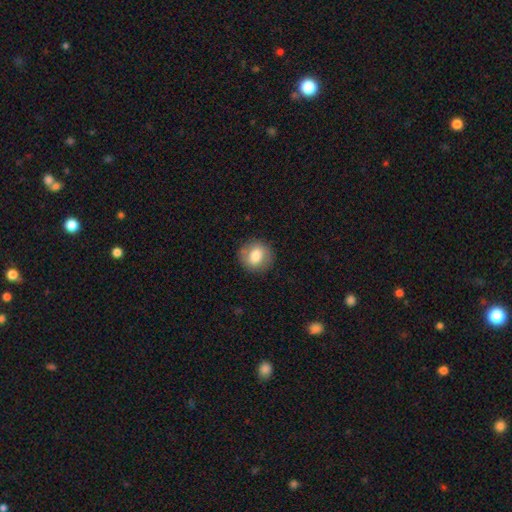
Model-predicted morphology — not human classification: Q: Smooth or featured?
A: smooth (75%); runner-up: featured or disk (17%)
Q: How rounded?
A: round (82%); runner-up: in between (17%)
Q: Merging?
A: none (86%); runner-up: minor disturbance (10%)